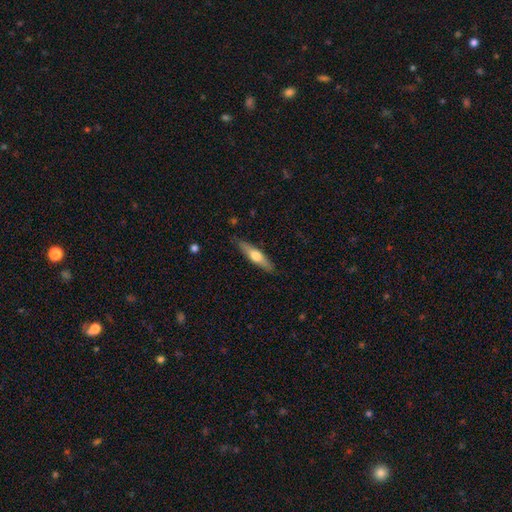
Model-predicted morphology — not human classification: Smooth or featured? Predicted: featured or disk (p=0.50). Edge-on disk? Predicted: yes (p=0.93). Merging? Predicted: none (p=0.86).